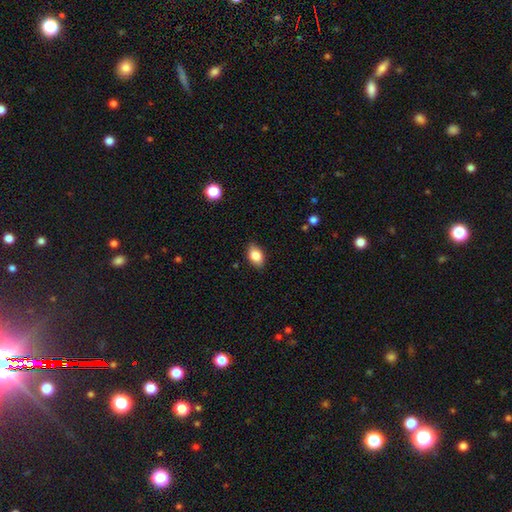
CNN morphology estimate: type=smooth (84%); roundness=in between (87%); merging=none (87%).